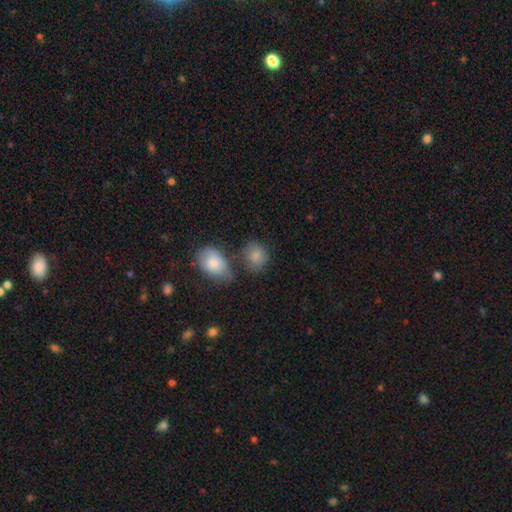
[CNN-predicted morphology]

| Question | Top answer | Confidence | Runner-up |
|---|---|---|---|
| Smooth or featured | smooth | 84% | star or artifact (9%) |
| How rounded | round | 57% | in between (41%) |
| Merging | none | 58% | minor disturbance (19%) |